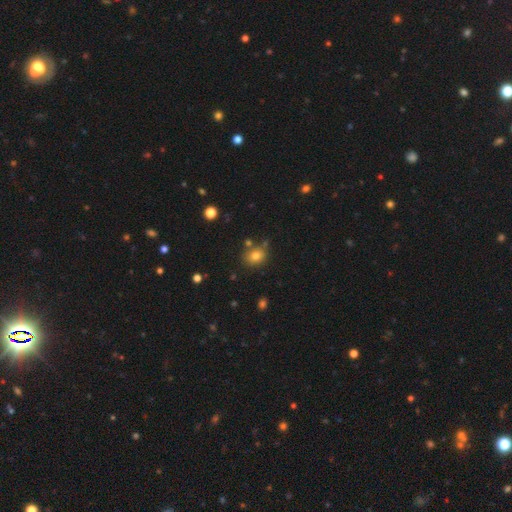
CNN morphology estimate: type=smooth (76%); roundness=round (60%); merging=none (75%).